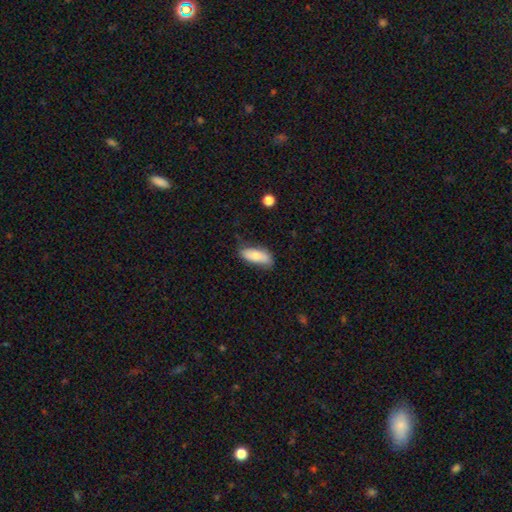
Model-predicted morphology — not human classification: Smooth or featured: smooth — 77% (featured or disk — 16%)
How rounded: in between — 80% (cigar-shaped — 18%)
Merging: none — 68% (minor disturbance — 25%)